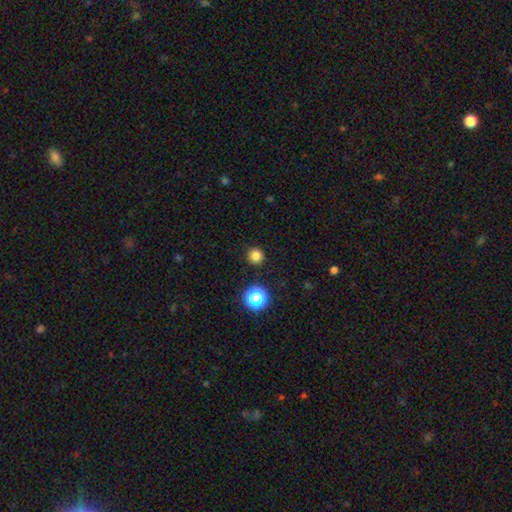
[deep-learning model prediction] smooth_or_featured: smooth (p=0.81) [alt: star or artifact p=0.15]
how_rounded: round (p=0.95) [alt: in between p=0.05]
merging: none (p=0.92) [alt: minor disturbance p=0.05]